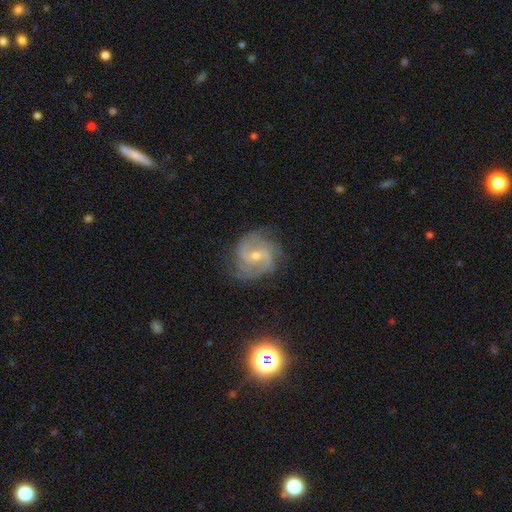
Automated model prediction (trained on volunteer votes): smooth-or-featured: featured or disk: 85% | star or artifact: 8% | smooth: 7%
  disk-edge-on: no: 97% | yes: 3%
    bar: weak: 48% | no: 37% | strong: 15%
    has-spiral-arms: yes: 97% | no: 3%
      spiral-winding: medium: 47% | tight: 38% | loose: 15%
      spiral-arm-count: 2: 42% | 3: 24% | can't tell: 17% | 4: 8% | 1: 5% | more than 4: 5%
    bulge-size: small: 55% | moderate: 41% | none: 1% | large: 1% | dominant: 1%
  merging: none: 75% | minor disturbance: 17% | major disturbance: 7% | merger: 1%